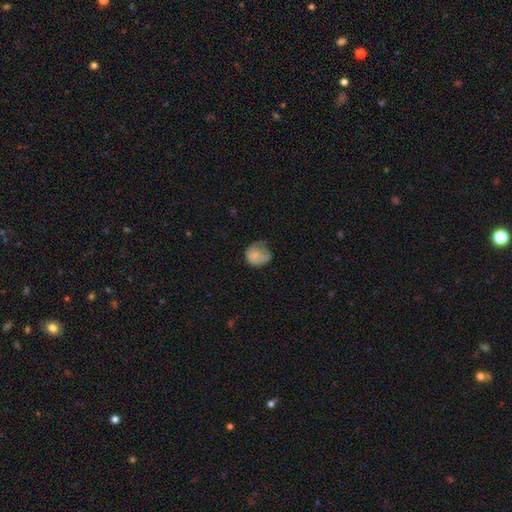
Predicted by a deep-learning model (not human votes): smooth-or-featured: smooth: 72% | featured or disk: 20% | star or artifact: 8%
  how-rounded: round: 70% | in between: 29% | cigar-shaped: 1%
  merging: none: 37% | minor disturbance: 35% | major disturbance: 27% | merger: 2%